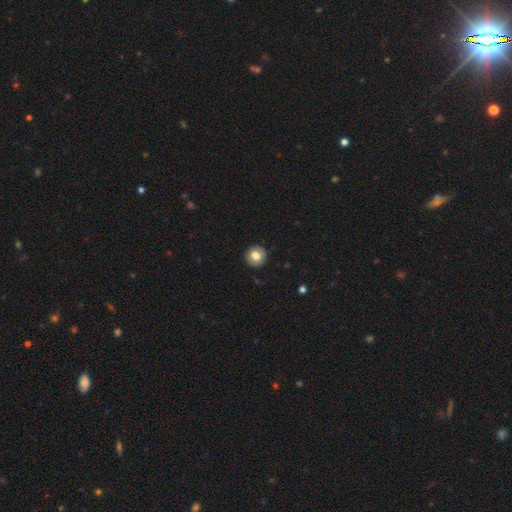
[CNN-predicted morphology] Smooth or featured? Predicted: smooth (p=0.77). How rounded? Predicted: round (p=0.94). Merging? Predicted: none (p=0.92).